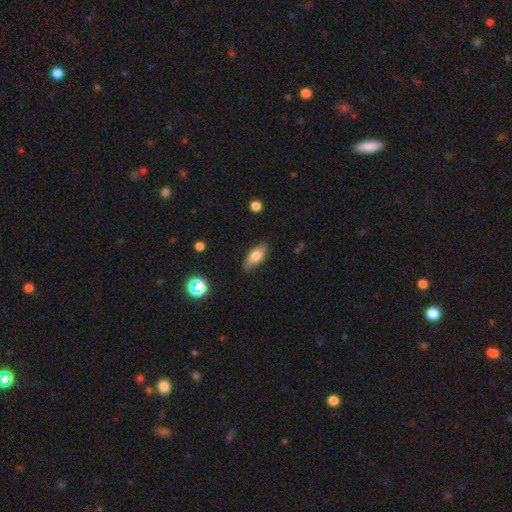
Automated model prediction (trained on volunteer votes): smooth 71%, featured or disk 21%, star or artifact 8%. Down the decision tree: how rounded — in between (79%); merging — none (82%).